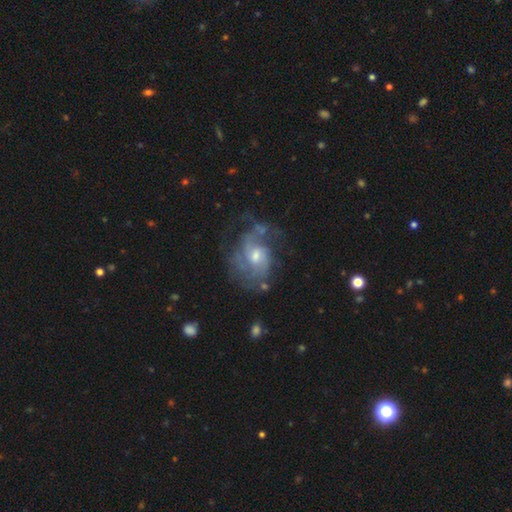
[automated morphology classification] The model was most divided on "spiral arm count": 2: 35%, can't tell: 32%, 3: 17%, 1: 6%, 4: 5%, more than 4: 4%. Remaining: edge-on disk — no (97%); spiral arms — yes (88%); smooth or featured — featured or disk (80%); bar — no (60%); bulge size — moderate (54%); merging — none (52%); spiral winding — medium (44%).